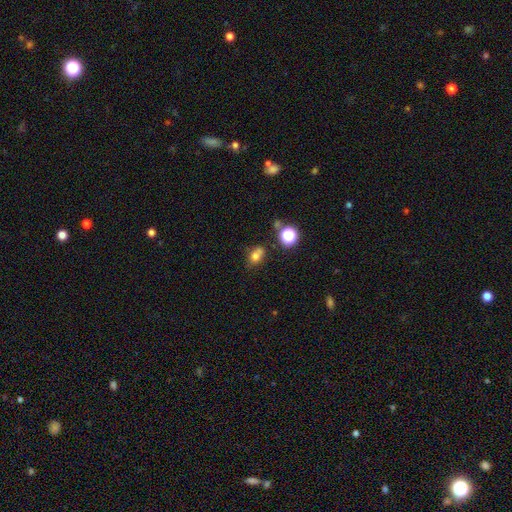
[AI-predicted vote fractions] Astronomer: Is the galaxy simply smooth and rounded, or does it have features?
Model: smooth — 73%.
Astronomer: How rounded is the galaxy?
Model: in between — 53% (runner-up: round, 46%).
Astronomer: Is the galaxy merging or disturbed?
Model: none — 53%.